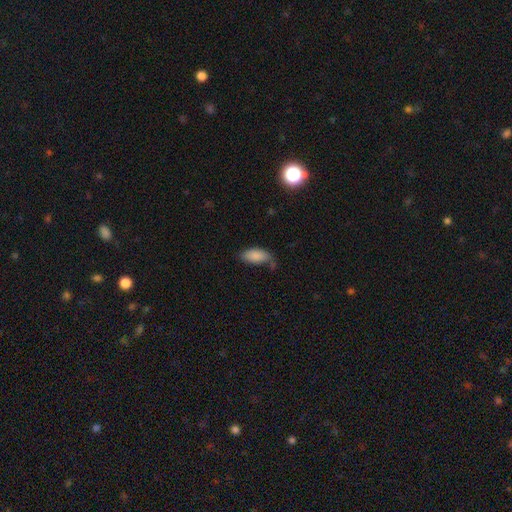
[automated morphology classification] smooth-or-featured: smooth: 86% | star or artifact: 7% | featured or disk: 7%
  how-rounded: in between: 91% | cigar-shaped: 6% | round: 2%
  merging: none: 59% | minor disturbance: 27% | merger: 7% | major disturbance: 7%